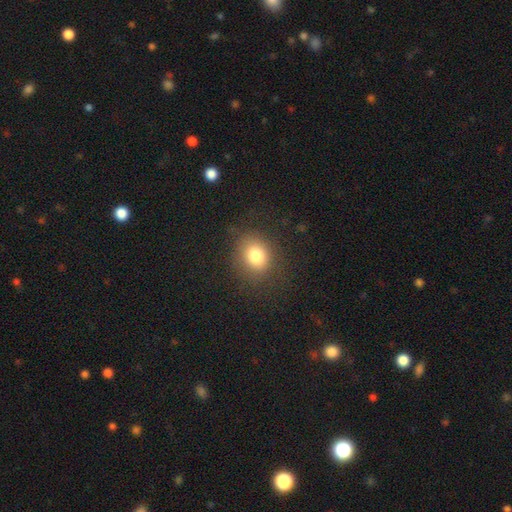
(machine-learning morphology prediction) type=smooth (80%); roundness=round (63%); merging=none (82%).